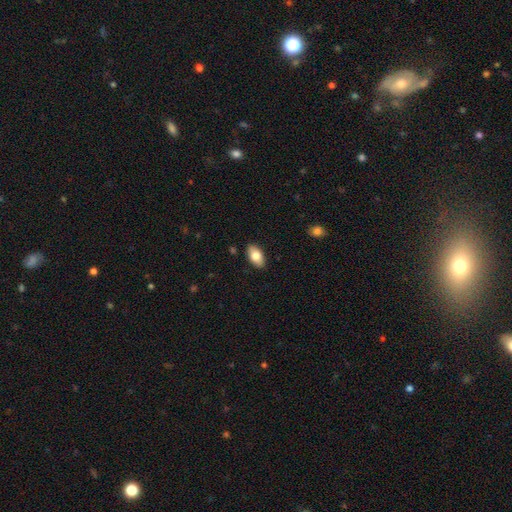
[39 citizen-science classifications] smooth 87%, featured or disk 8%, star or artifact 5%. Down the decision tree: how rounded — in between (94%); merging — none (97%).